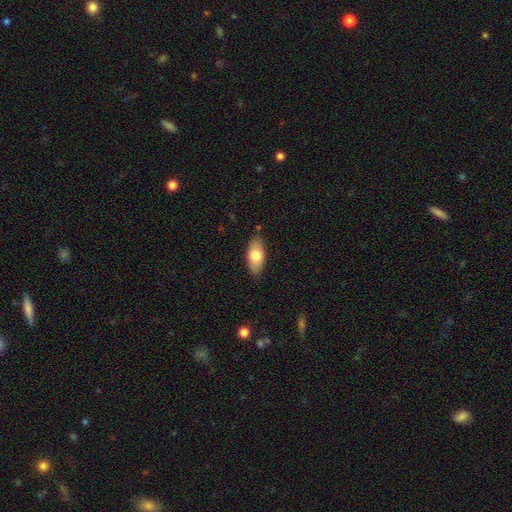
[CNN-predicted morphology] A smooth galaxy with no disk features (72%) that is in between round and cigar-shaped (89%).

Vote fractions:
- Smooth or featured? smooth: 72% / featured or disk: 21% / star or artifact: 6%
- How rounded? in between: 89% / cigar-shaped: 8% / round: 3%
- Merging? none: 85% / minor disturbance: 12% / major disturbance: 2% / merger: 1%